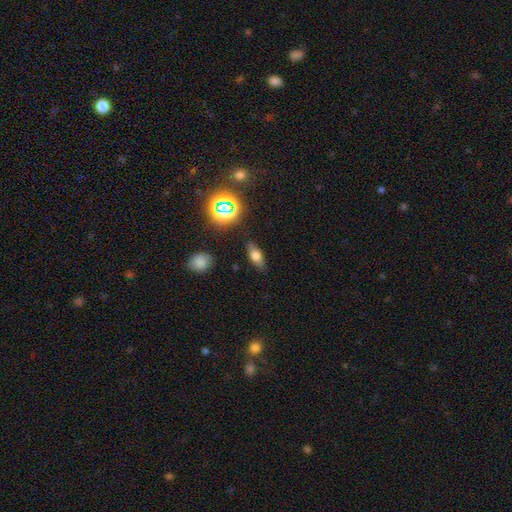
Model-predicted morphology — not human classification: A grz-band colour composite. It shows a smooth galaxy with no disk features (64%) that is in between round and cigar-shaped (74%). Merging: none (83%).